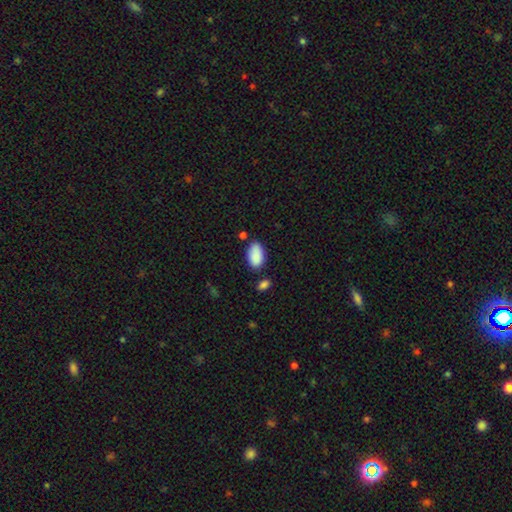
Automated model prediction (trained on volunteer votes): The model was most divided on "merging": none: 71%, minor disturbance: 18%, merger: 7%, major disturbance: 4%. More confident: how rounded — in between (95%); smooth or featured — smooth (89%).